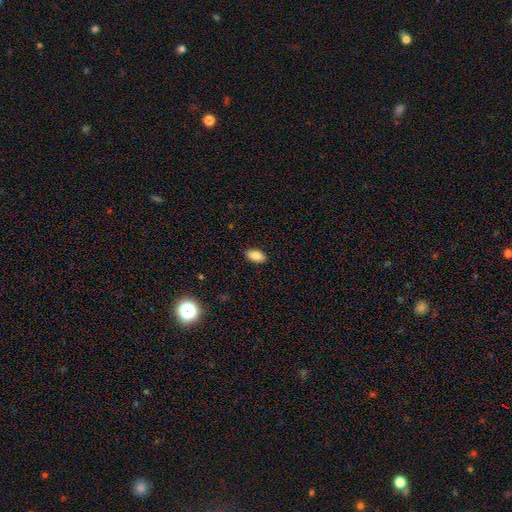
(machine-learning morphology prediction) This is clearly a smooth galaxy (88%). How rounded: clearly in between (93%). Merging: clearly none (89%).